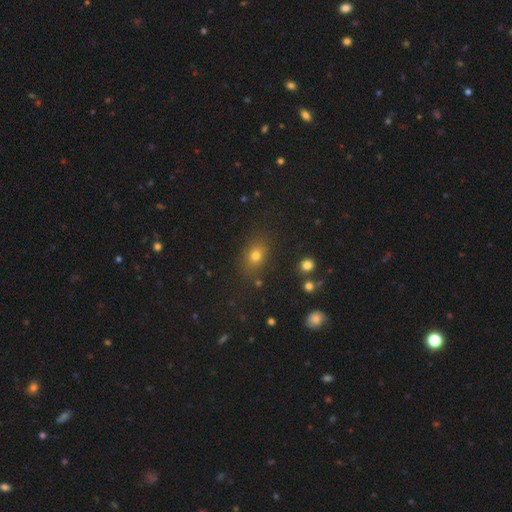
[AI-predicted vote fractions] Smooth or featured?
  - smooth: 70% *
  - star or artifact: 19%
  - featured or disk: 10%
How rounded?
  - in between: 63% *
  - round: 35%
  - cigar-shaped: 2%
Merging?
  - none: 82% *
  - minor disturbance: 11%
  - major disturbance: 4%
  - merger: 3%